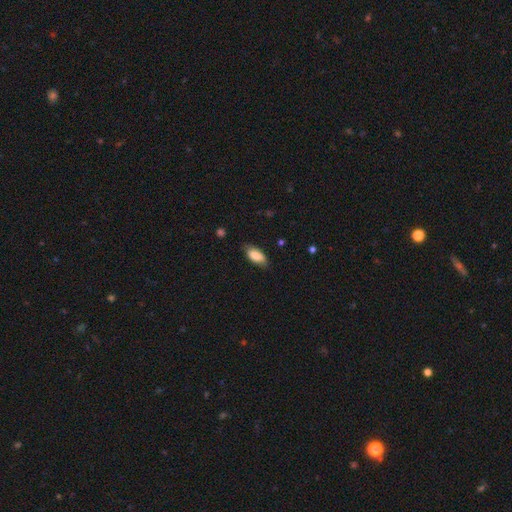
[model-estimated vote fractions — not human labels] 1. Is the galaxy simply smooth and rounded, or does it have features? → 84% smooth, 9% featured or disk, 6% star or artifact.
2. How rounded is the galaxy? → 88% in between, 10% cigar-shaped, 2% round.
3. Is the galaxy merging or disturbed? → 76% none, 19% minor disturbance, 4% major disturbance, 1% merger.